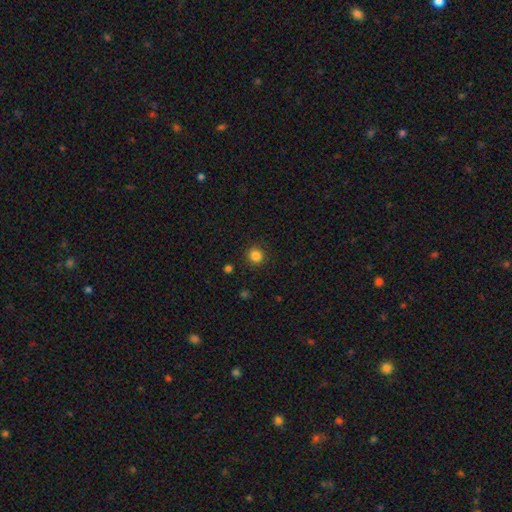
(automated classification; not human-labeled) smooth 84%, star or artifact 12%, featured or disk 4%. Down the decision tree: how rounded — round (92%); merging — none (91%).